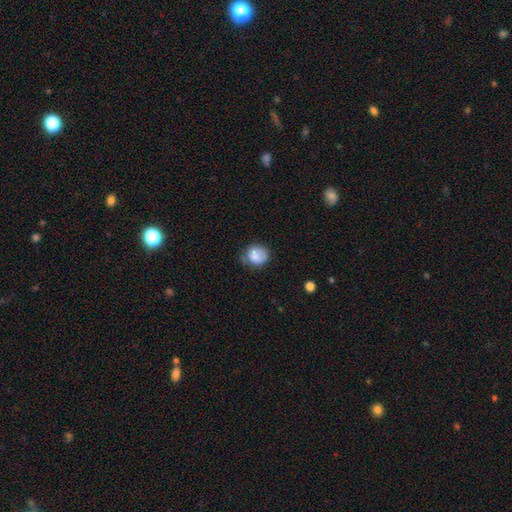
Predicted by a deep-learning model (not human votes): smooth-or-featured: smooth: 79% | featured or disk: 13% | star or artifact: 8%
  how-rounded: round: 72% | in between: 27% | cigar-shaped: 1%
  merging: none: 51% | minor disturbance: 33% | major disturbance: 13% | merger: 4%